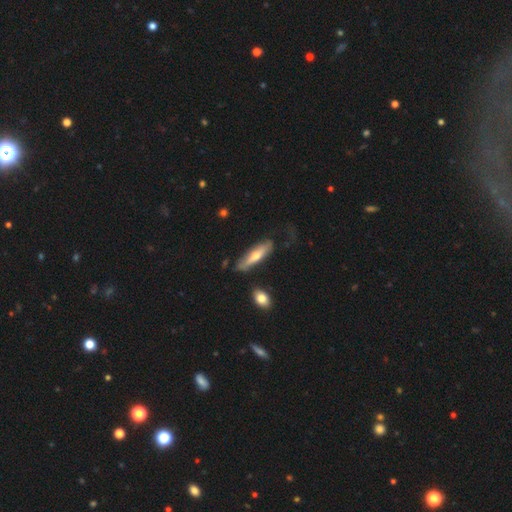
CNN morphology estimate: This appears to be a smooth galaxy with no disk features (49%). Merging: none (62%).